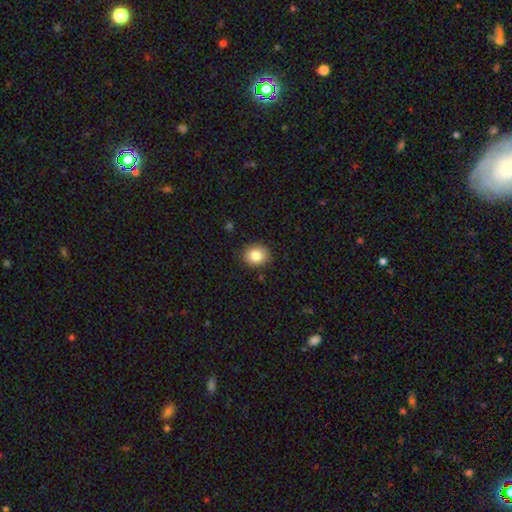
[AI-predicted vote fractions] Overall: smooth (83%). How rounded: round (68%; in between 31%). Merging: none (86%).